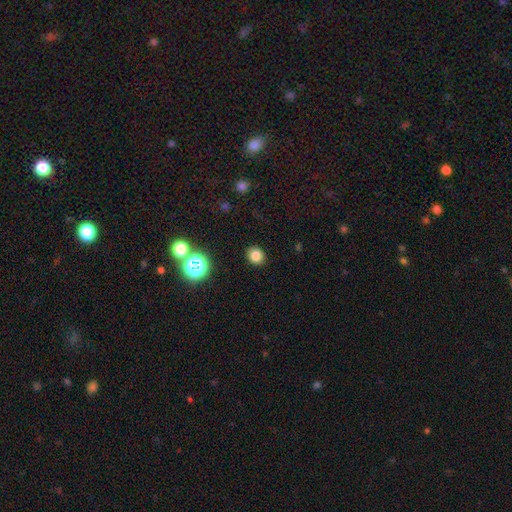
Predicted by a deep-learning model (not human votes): This appears to be a smooth galaxy with no disk features (79%) that is round (74%). Merging: none (90%).